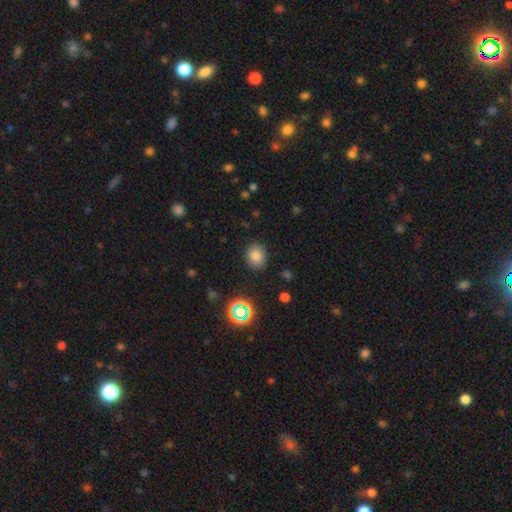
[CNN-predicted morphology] smooth-or-featured: smooth: 79% | star or artifact: 15% | featured or disk: 6%
  how-rounded: round: 70% | in between: 29% | cigar-shaped: 1%
  merging: none: 87% | minor disturbance: 9% | major disturbance: 3% | merger: 1%